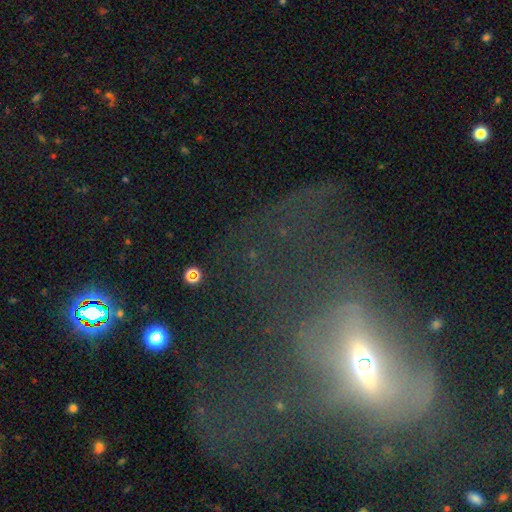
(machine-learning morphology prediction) Q: Smooth or featured?
A: featured or disk (51%); runner-up: smooth (27%)
Q: Edge-on disk?
A: no (72%); runner-up: yes (28%)
Q: Merging?
A: major disturbance (53%); runner-up: none (24%)